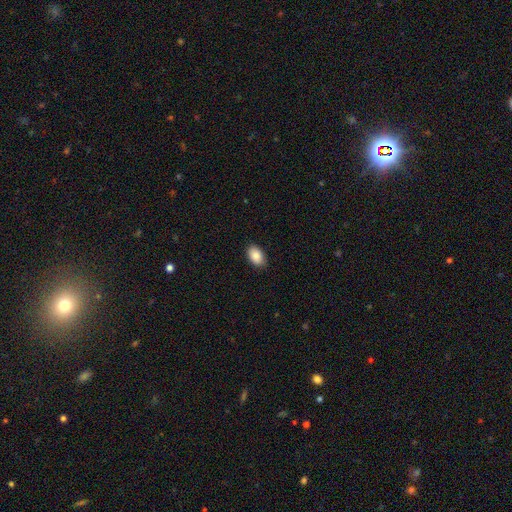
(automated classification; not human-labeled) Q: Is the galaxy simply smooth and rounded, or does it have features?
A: smooth — 88%.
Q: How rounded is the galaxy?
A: in between — 89%.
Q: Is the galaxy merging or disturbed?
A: none — 88%.